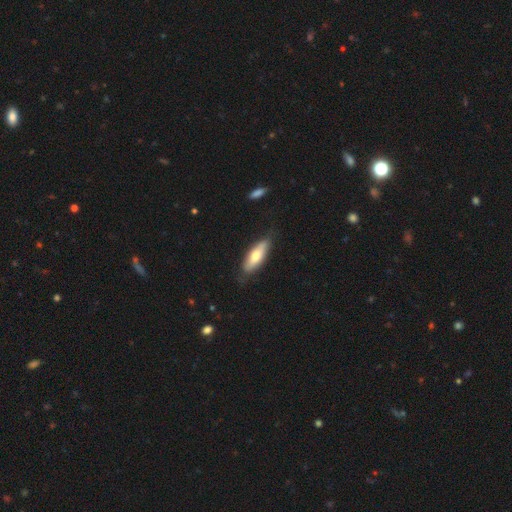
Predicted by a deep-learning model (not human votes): smooth-or-featured: smooth: 65% | featured or disk: 29% | star or artifact: 5%
  how-rounded: in between: 62% | cigar-shaped: 37% | round: 2%
  merging: none: 76% | minor disturbance: 19% | major disturbance: 3% | merger: 2%